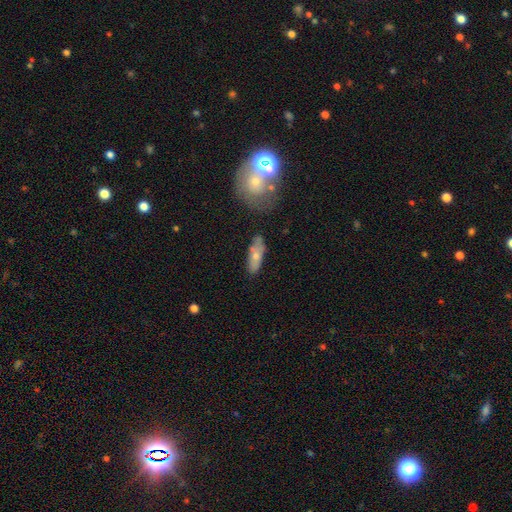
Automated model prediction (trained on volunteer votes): smooth-or-featured: smooth: 66% | featured or disk: 27% | star or artifact: 7%
  how-rounded: in between: 57% | cigar-shaped: 39% | round: 3%
  merging: none: 62% | minor disturbance: 21% | merger: 11% | major disturbance: 6%